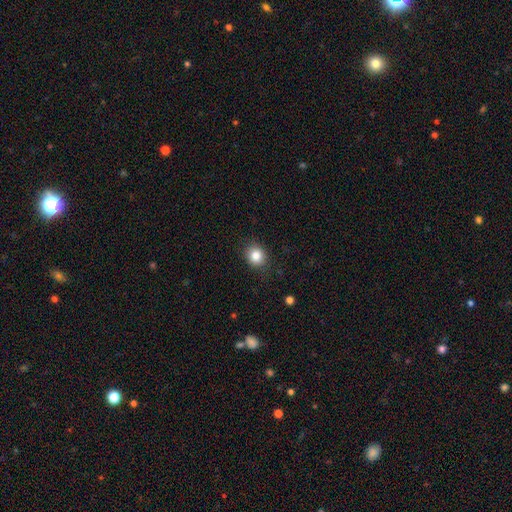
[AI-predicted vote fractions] smooth-or-featured: smooth: 83% | star or artifact: 10% | featured or disk: 7%
  how-rounded: round: 74% | in between: 25% | cigar-shaped: 1%
  merging: none: 87% | minor disturbance: 9% | major disturbance: 3% | merger: 1%